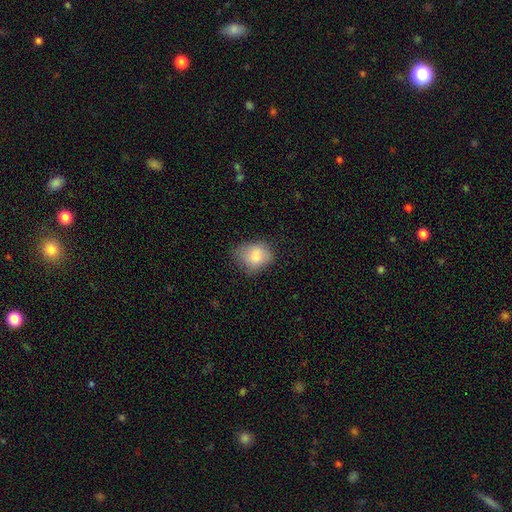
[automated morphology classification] Smooth or featured? smooth (82%)
How rounded? in between (58%)
Merging? none (54%)